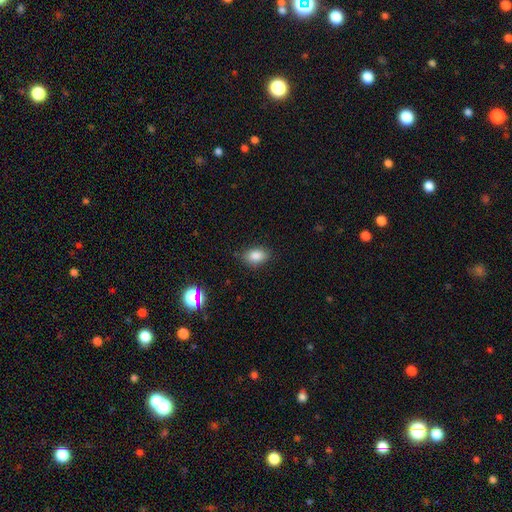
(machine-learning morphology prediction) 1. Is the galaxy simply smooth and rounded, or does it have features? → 85% smooth, 10% star or artifact, 5% featured or disk.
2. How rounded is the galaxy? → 82% in between, 17% round, 2% cigar-shaped.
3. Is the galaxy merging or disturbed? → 83% none, 13% minor disturbance, 3% major disturbance, 1% merger.